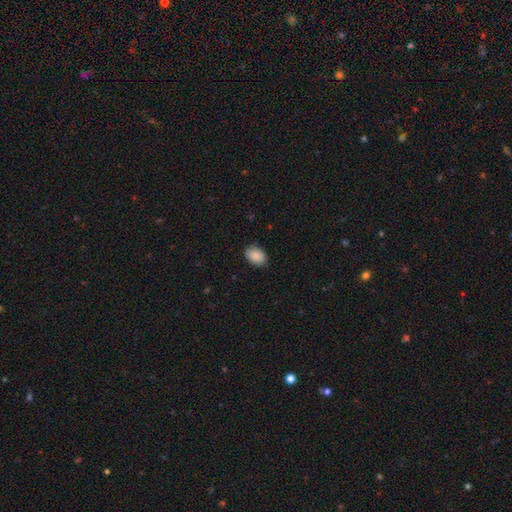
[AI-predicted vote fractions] A smooth galaxy with no disk features (90%) that is in between round and cigar-shaped (84%). Merging: none (87%).